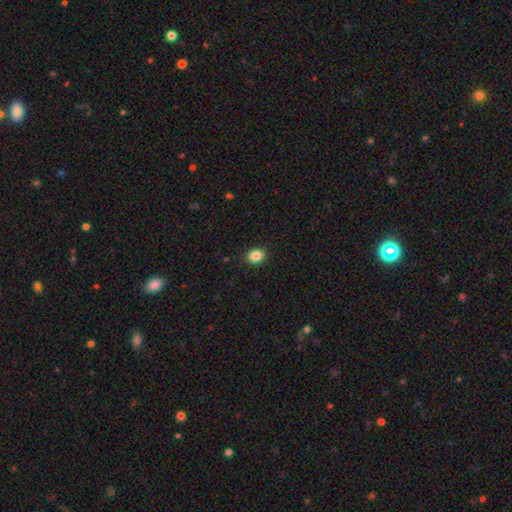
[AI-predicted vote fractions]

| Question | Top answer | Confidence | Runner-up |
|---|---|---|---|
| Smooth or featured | smooth | 86% | star or artifact (10%) |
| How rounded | round | 52% | in between (47%) |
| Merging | none | 90% | minor disturbance (7%) |